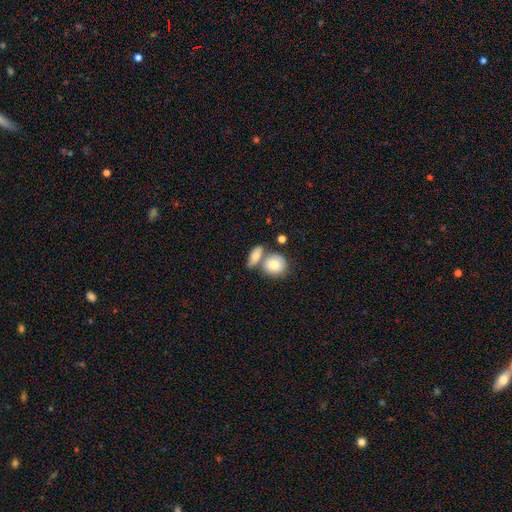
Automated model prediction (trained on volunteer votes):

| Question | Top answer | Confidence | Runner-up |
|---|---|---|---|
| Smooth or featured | smooth | 79% | featured or disk (15%) |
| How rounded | in between | 65% | round (24%) |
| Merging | none | 44% | merger (39%) |